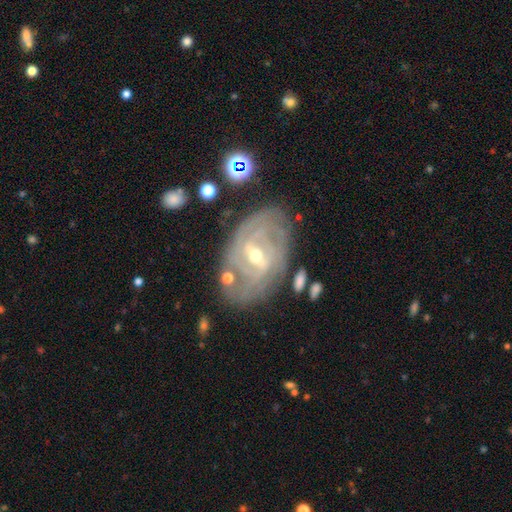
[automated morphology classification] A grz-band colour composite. It shows a featured or disk galaxy (87%) with a weak bar (51%), tight (69%) spiral arms (94%) and a small central bulge (49%). Merging: none (75%).